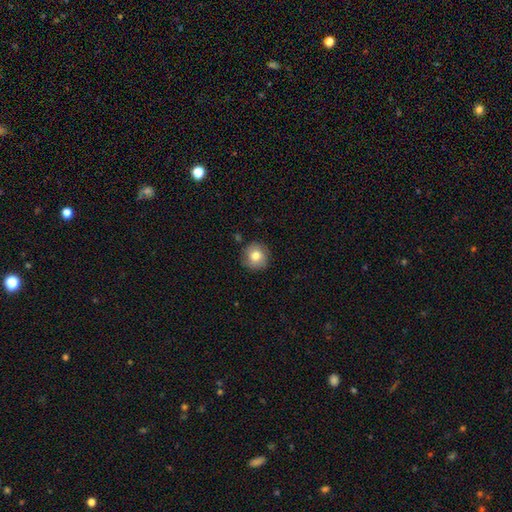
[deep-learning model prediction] This appears to be a smooth galaxy with no disk features (77%) that is round (93%). Merging: none (84%).